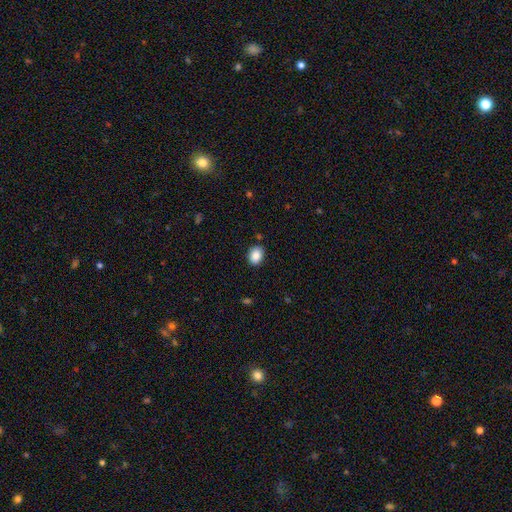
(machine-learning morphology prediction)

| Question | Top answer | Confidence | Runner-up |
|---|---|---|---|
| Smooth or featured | smooth | 87% | star or artifact (8%) |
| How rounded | in between | 63% | round (36%) |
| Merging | none | 87% | minor disturbance (9%) |